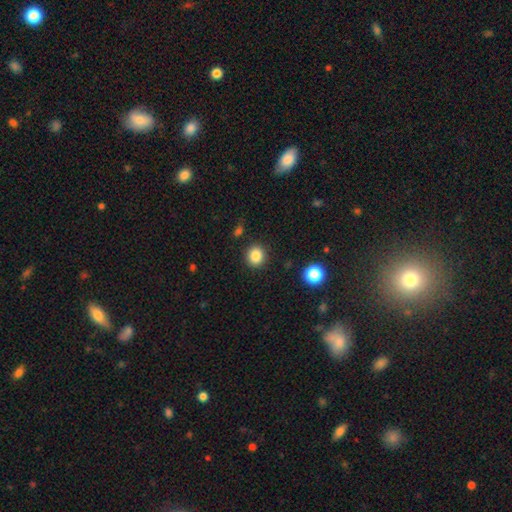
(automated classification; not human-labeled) Q: Smooth or featured?
A: smooth (85%); runner-up: star or artifact (11%)
Q: How rounded?
A: round (87%); runner-up: in between (12%)
Q: Merging?
A: none (89%); runner-up: minor disturbance (6%)